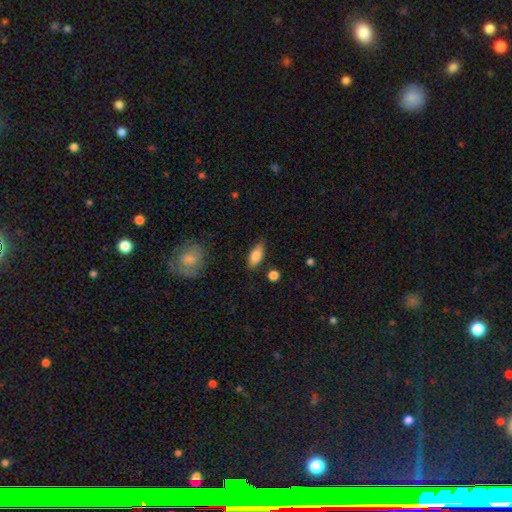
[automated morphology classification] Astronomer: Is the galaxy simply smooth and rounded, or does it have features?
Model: smooth — 84%.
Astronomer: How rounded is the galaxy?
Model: in between — 82%.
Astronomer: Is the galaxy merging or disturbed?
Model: none — 79%.